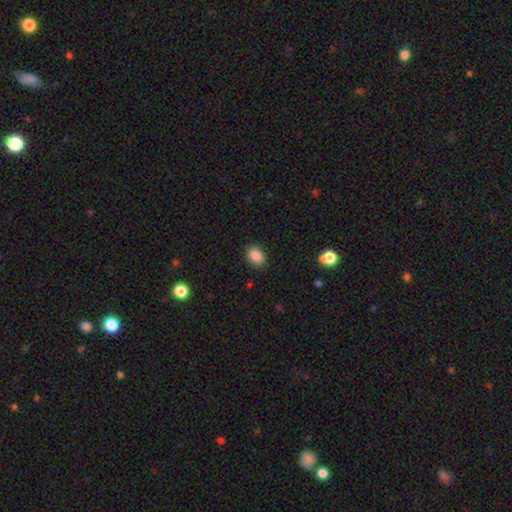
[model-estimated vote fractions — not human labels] Overall: smooth (87%). How rounded: in between (73%). Merging: none (87%).